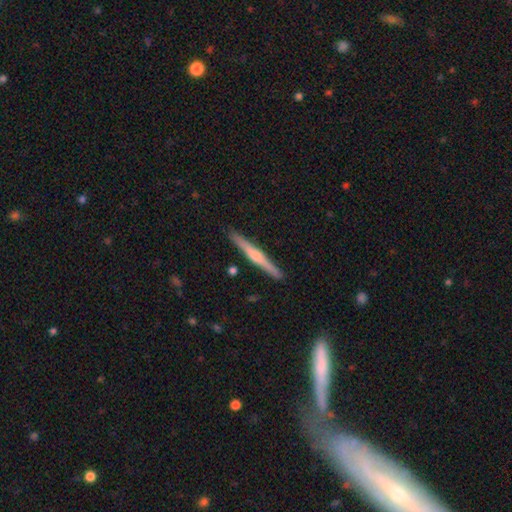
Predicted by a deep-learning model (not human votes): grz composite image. It shows a featured or disk galaxy (67%) viewed edge-on (98%) with a rounded central bulge (80%). Merging: none (91%).